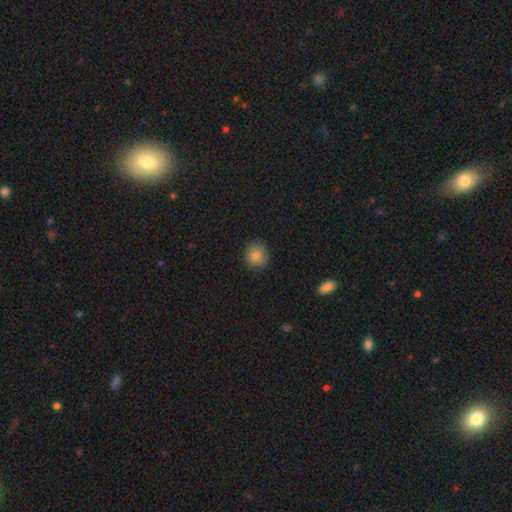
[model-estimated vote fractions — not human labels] Morphology: type=smooth (83%); roundness=round (85%); merging=none (86%).